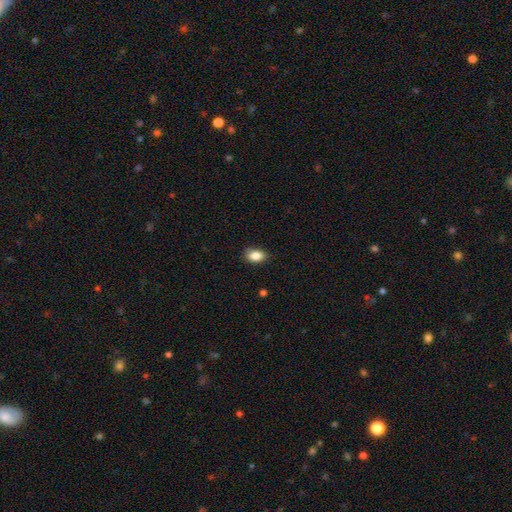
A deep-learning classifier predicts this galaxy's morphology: A smooth galaxy with no disk features (86%) that is in between round and cigar-shaped (84%). Merging: none (81%).